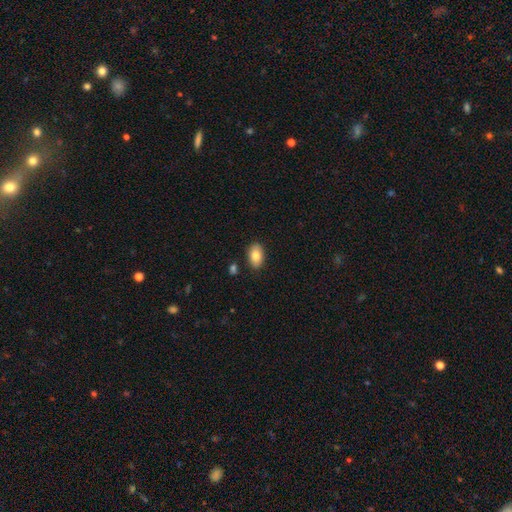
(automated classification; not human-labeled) This is clearly a smooth galaxy (83%). How rounded: clearly in between (90%). Merging: clearly none (86%).